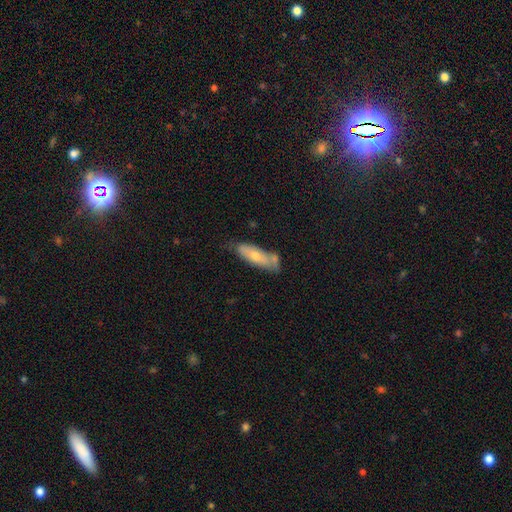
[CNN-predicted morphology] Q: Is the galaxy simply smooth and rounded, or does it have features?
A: smooth — 62%.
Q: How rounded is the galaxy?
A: in between — 54%.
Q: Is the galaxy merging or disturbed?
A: none — 51%.